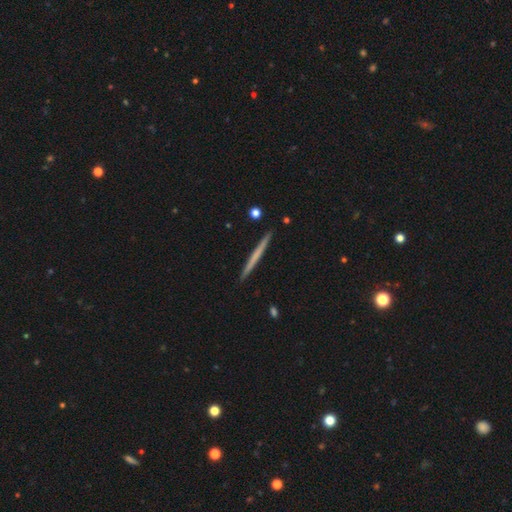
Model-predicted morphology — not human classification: smooth-or-featured: smooth: 49% | featured or disk: 46% | star or artifact: 5%
  merging: none: 93% | minor disturbance: 5% | merger: 1% | major disturbance: 1%